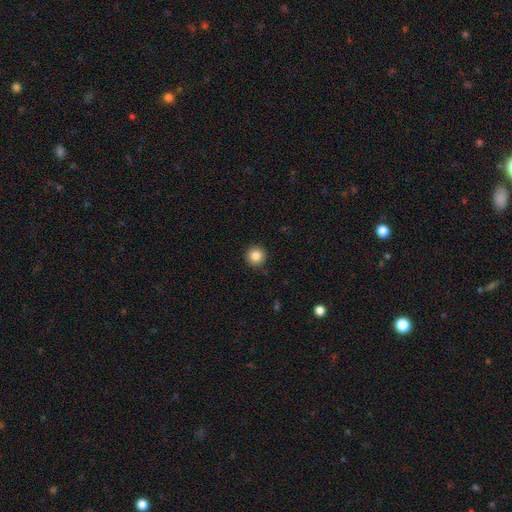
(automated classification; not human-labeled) Smooth or featured? Predicted: smooth (p=0.85). How rounded? Predicted: round (p=0.96). Merging? Predicted: none (p=0.91).